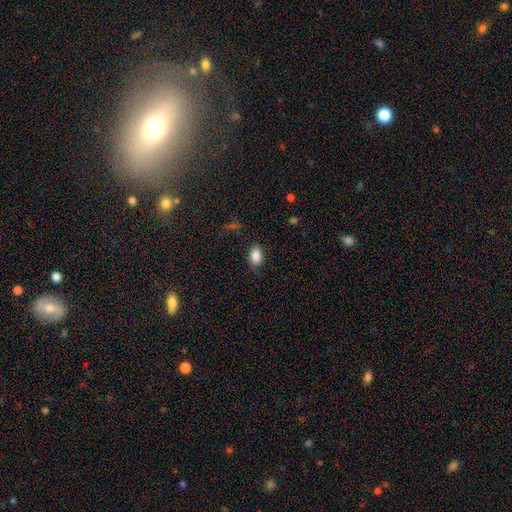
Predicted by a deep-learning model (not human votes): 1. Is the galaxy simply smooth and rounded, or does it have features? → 87% smooth, 8% star or artifact, 5% featured or disk.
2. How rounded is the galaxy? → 89% in between, 9% round, 2% cigar-shaped.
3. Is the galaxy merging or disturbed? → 79% none, 16% minor disturbance, 4% major disturbance, 1% merger.